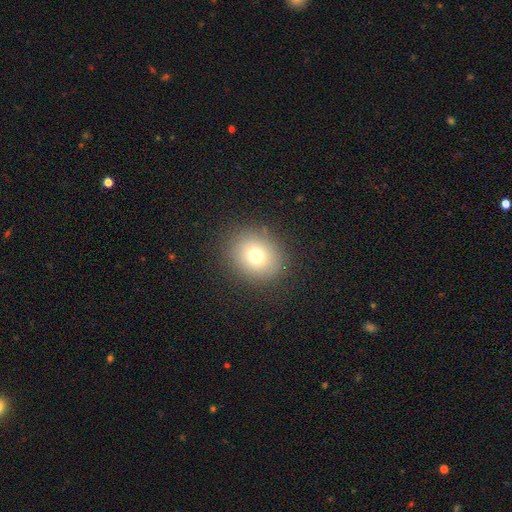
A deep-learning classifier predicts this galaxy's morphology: smooth_or_featured: smooth (p=0.72) [alt: star or artifact p=0.15]
how_rounded: round (p=0.73) [alt: in between p=0.27]
merging: none (p=0.85) [alt: minor disturbance p=0.09]